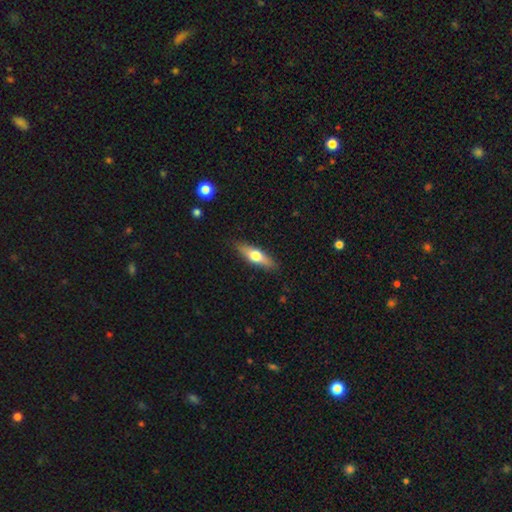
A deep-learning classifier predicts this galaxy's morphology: type=smooth (53%); roundness=cigar-shaped (57%); merging=none (87%).